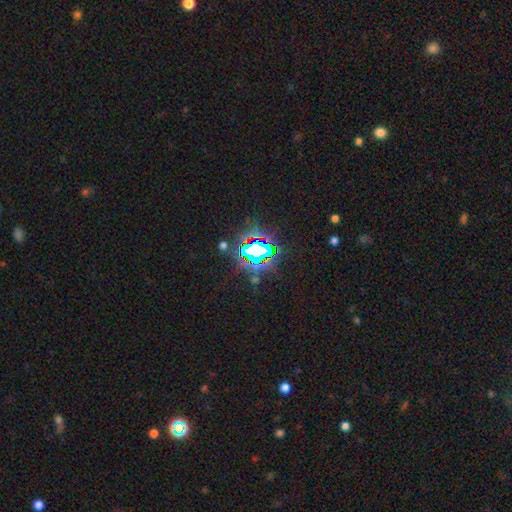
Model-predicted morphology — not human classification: type=star or artifact (82%).